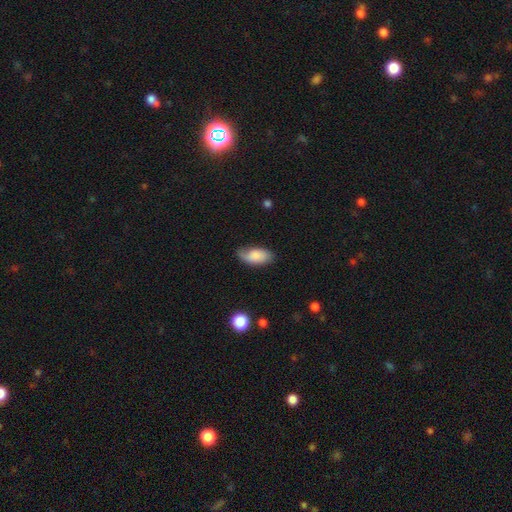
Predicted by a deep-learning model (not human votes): smooth_or_featured: smooth (p=0.74) [alt: featured or disk p=0.19]
how_rounded: in between (p=0.93) [alt: cigar-shaped p=0.04]
merging: none (p=0.61) [alt: minor disturbance p=0.29]